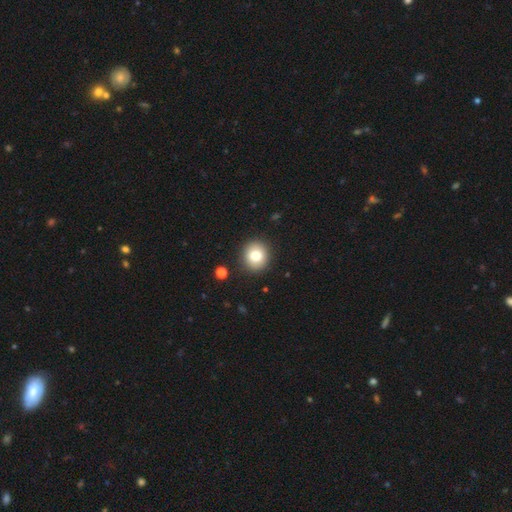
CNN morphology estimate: Smooth or featured?
  - smooth: 78% *
  - featured or disk: 11%
  - star or artifact: 11%
How rounded?
  - round: 86% *
  - in between: 13%
  - cigar-shaped: 1%
Merging?
  - none: 90% *
  - minor disturbance: 6%
  - major disturbance: 2%
  - merger: 2%